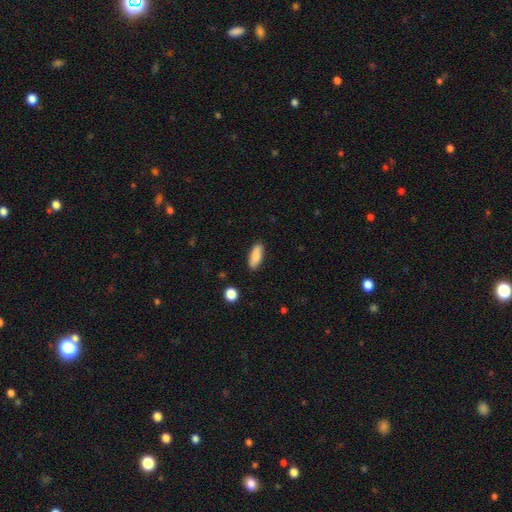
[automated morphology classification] Overall: smooth (84%). How rounded: in between (75%). Merging: none (87%).